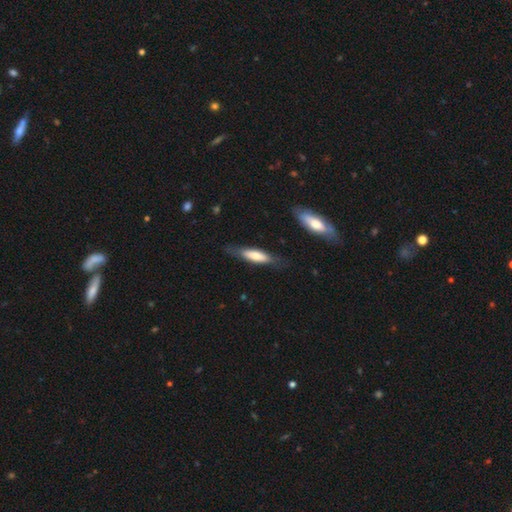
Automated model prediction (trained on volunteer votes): Smooth or featured?
  - smooth: 63% *
  - featured or disk: 31%
  - star or artifact: 5%
How rounded?
  - cigar-shaped: 61% *
  - in between: 37%
  - round: 2%
Merging?
  - none: 74% *
  - minor disturbance: 18%
  - major disturbance: 6%
  - merger: 2%